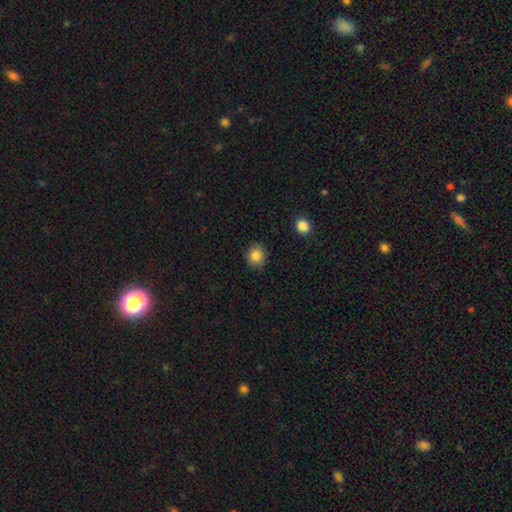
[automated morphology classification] The model was most divided on "how rounded": round: 70%, in between: 29%, cigar-shaped: 1%. More confident: smooth or featured — smooth (86%); merging — none (84%).